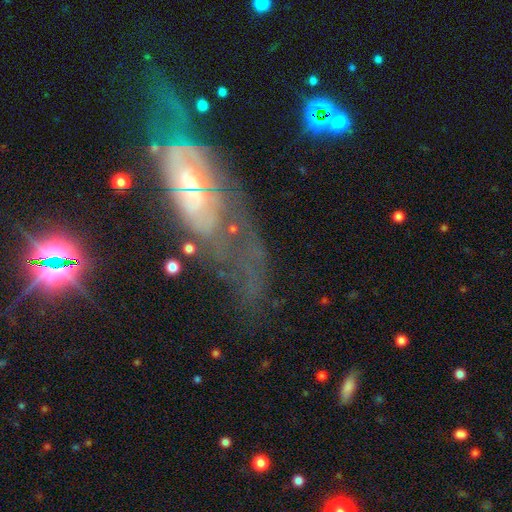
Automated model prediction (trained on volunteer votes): Overall: featured or disk (72%). Edge-on disk: no (86%). Bar: no (66%). Spiral arms: yes (74%). Bulge size: small (60%; moderate 32%). Merging: none (42%; major disturbance 30%).